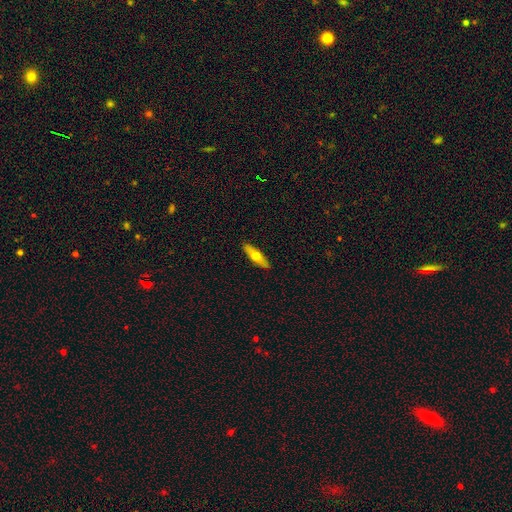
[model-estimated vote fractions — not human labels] smooth 55%, featured or disk 40%, star or artifact 6%. Down the decision tree: how rounded — cigar-shaped (62%); merging — none (90%).